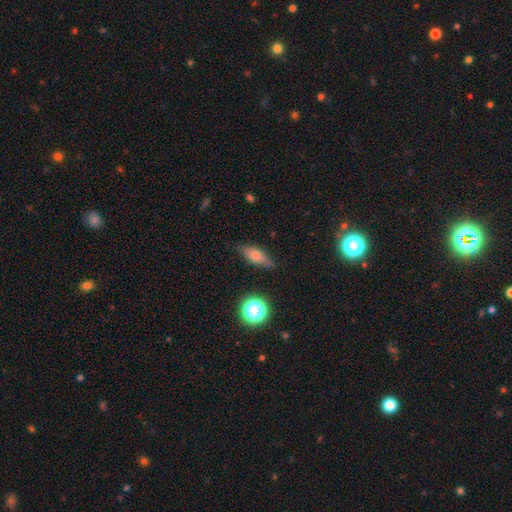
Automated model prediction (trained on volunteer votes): Smooth or featured?
  - smooth: 63% *
  - featured or disk: 27%
  - star or artifact: 10%
How rounded?
  - in between: 61% *
  - cigar-shaped: 33%
  - round: 6%
Merging?
  - none: 77% *
  - minor disturbance: 17%
  - major disturbance: 4%
  - merger: 2%